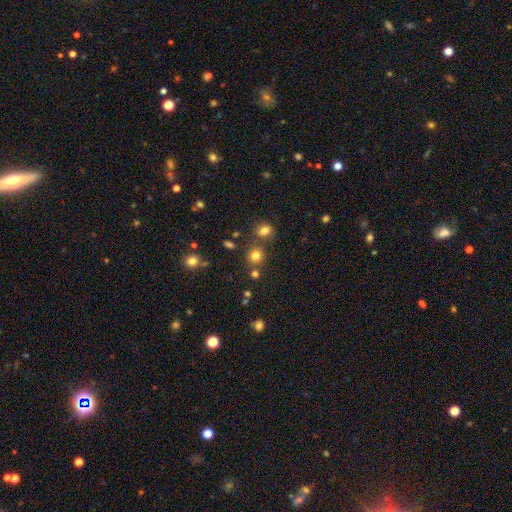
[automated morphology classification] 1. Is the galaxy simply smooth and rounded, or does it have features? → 76% smooth, 17% star or artifact, 7% featured or disk.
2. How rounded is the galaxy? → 87% round, 12% in between, 1% cigar-shaped.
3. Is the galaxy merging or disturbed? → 73% none, 15% merger, 8% minor disturbance, 3% major disturbance.